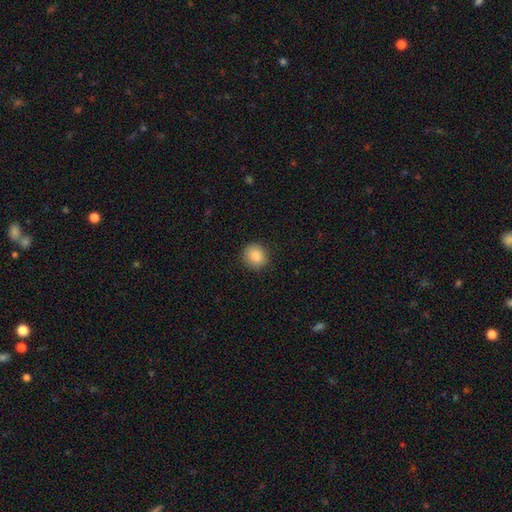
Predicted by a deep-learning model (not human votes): A smooth galaxy with no disk features (88%) that is round (85%). Merging: none (87%).